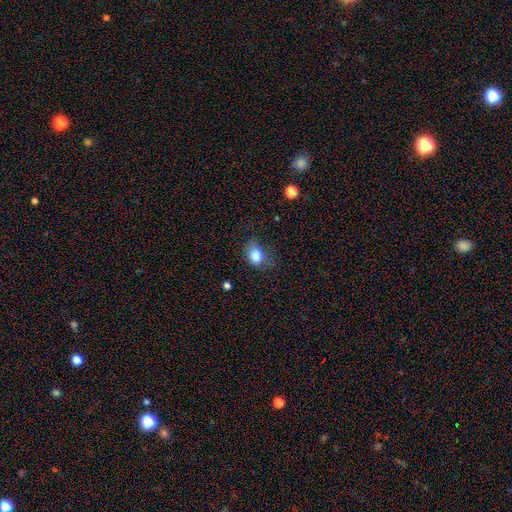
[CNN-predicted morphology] Smooth or featured: smooth — 83% (star or artifact — 10%)
How rounded: in between — 67% (round — 32%)
Merging: none — 48% (minor disturbance — 32%)